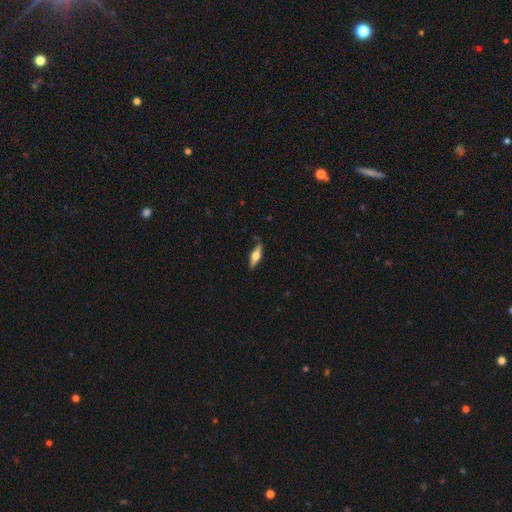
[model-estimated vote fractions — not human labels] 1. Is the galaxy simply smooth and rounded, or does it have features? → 55% featured or disk, 39% smooth, 6% star or artifact.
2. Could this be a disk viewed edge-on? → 94% yes, 6% no.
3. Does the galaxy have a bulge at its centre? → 90% rounded, 8% boxy, 2% none.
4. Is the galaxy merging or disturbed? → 83% none, 13% minor disturbance, 3% major disturbance, 1% merger.